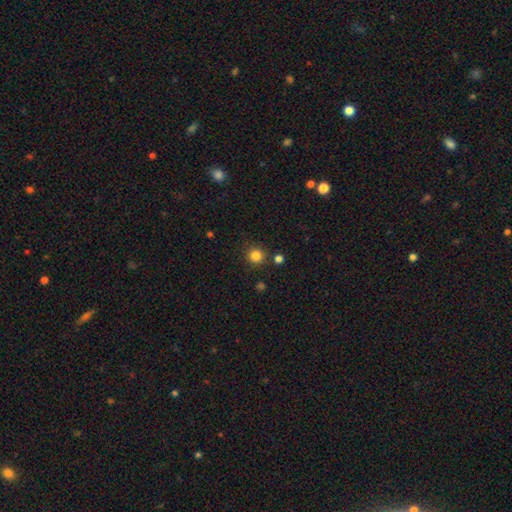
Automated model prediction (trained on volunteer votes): smooth_or_featured: smooth (p=0.83) [alt: star or artifact p=0.13]
how_rounded: round (p=0.94) [alt: in between p=0.05]
merging: none (p=0.86) [alt: minor disturbance p=0.07]